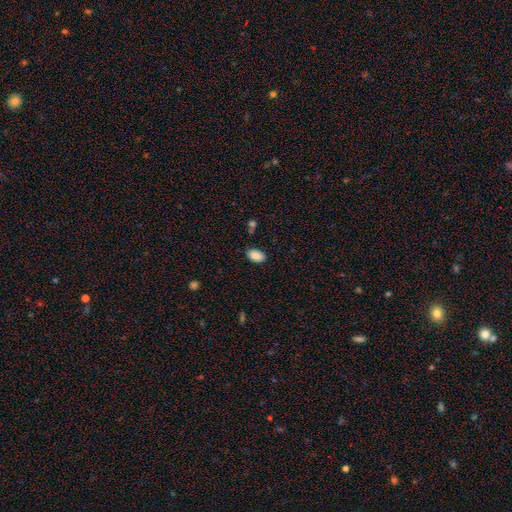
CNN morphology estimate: A smooth galaxy with no disk features (88%) that is in between round and cigar-shaped (92%). Merging: none (84%).